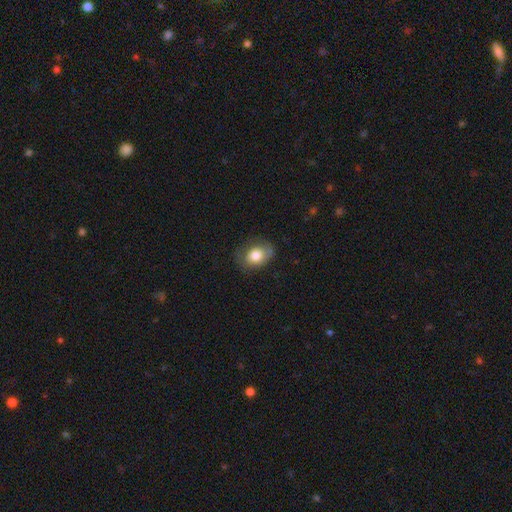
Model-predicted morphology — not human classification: A smooth galaxy with no disk features (74%) that is in between round and cigar-shaped (65%). Merging: none (64%).